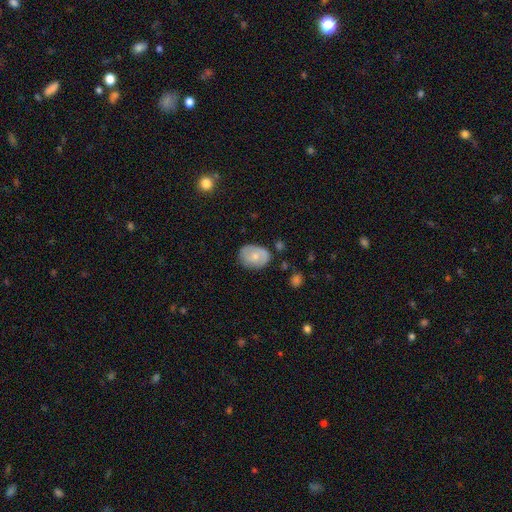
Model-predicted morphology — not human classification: A smooth galaxy with no disk features (64%) that is in between round and cigar-shaped (64%). Merging: none (66%).